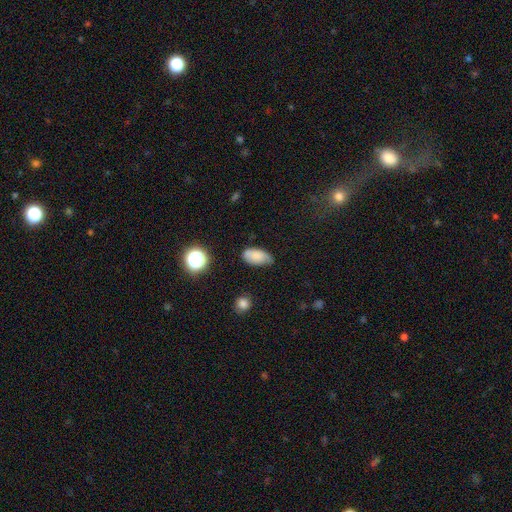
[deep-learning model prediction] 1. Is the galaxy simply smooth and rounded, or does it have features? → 81% smooth, 9% featured or disk, 9% star or artifact.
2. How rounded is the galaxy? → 92% in between, 4% round, 4% cigar-shaped.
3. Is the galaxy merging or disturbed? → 64% none, 29% minor disturbance, 5% major disturbance, 2% merger.